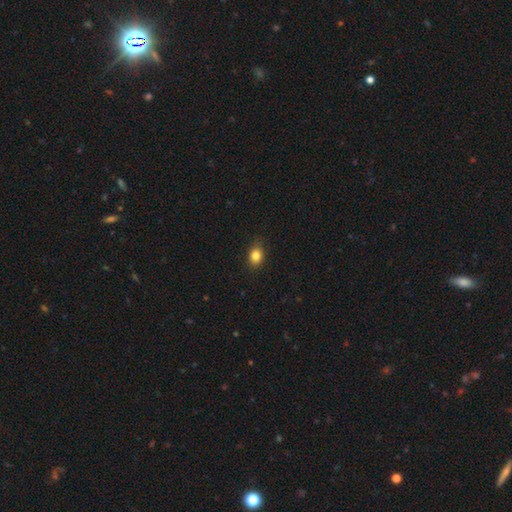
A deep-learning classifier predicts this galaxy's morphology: Smooth or featured?
  - smooth: 84% *
  - star or artifact: 10%
  - featured or disk: 6%
How rounded?
  - in between: 59% *
  - round: 39%
  - cigar-shaped: 1%
Merging?
  - none: 85% *
  - minor disturbance: 11%
  - major disturbance: 2%
  - merger: 1%